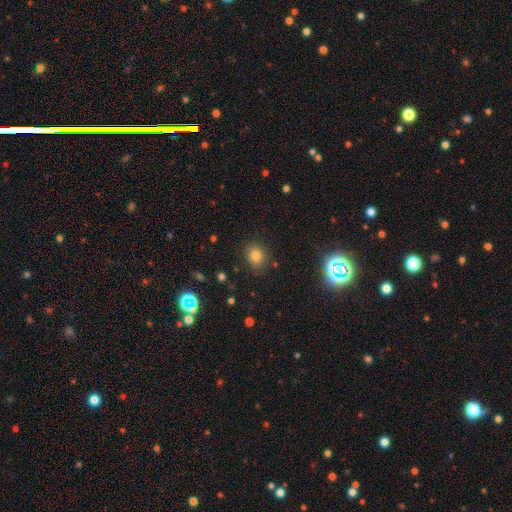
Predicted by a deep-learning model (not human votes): A smooth galaxy with no disk features (76%) that is round (63%). Merging: none (86%).